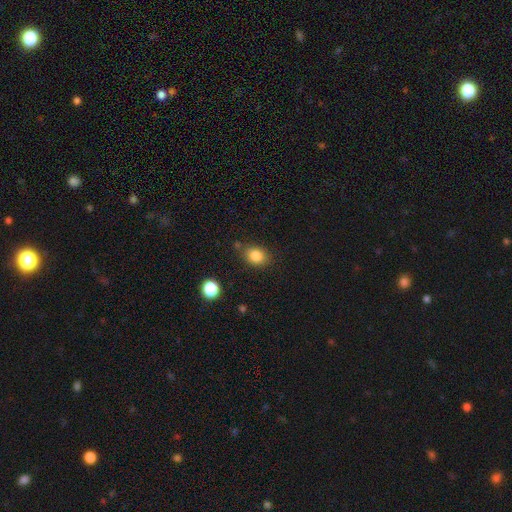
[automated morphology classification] Smooth or featured?
  - smooth: 85% *
  - star or artifact: 10%
  - featured or disk: 5%
How rounded?
  - in between: 51% *
  - round: 48%
  - cigar-shaped: 1%
Merging?
  - none: 77% *
  - minor disturbance: 15%
  - merger: 5%
  - major disturbance: 4%